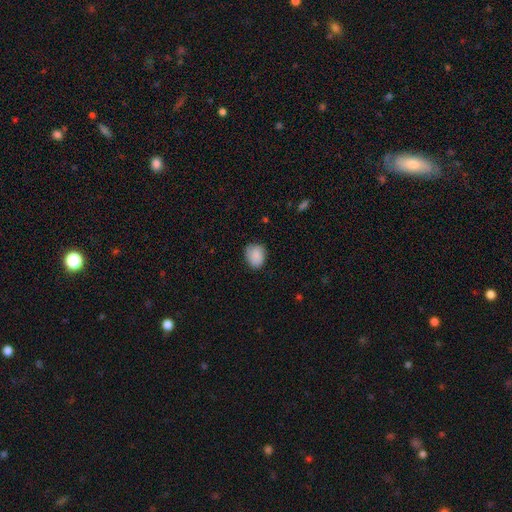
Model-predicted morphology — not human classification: The model was most divided on "how rounded": round: 50%, in between: 49%, cigar-shaped: 1%. More confident: smooth or featured — smooth (87%); merging — none (74%).